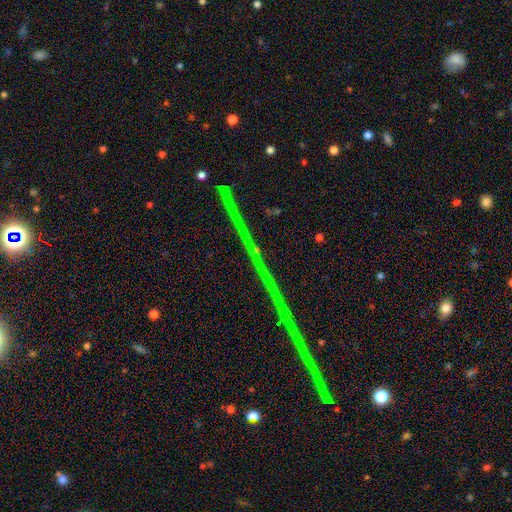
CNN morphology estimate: smooth-or-featured: star or artifact: 72% | featured or disk: 18% | smooth: 9%